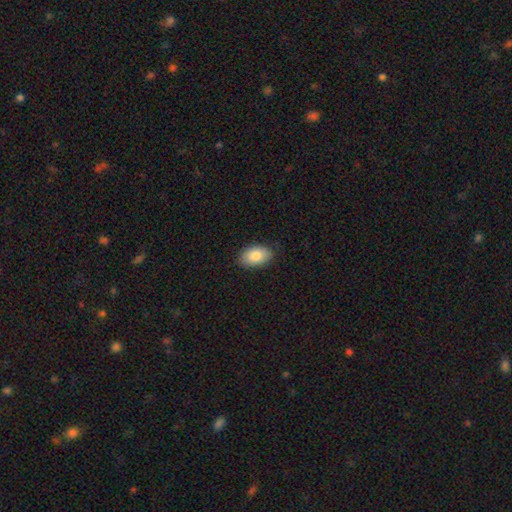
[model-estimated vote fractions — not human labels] This is clearly a smooth galaxy (85%). How rounded: clearly in between (91%). Merging: clearly none (86%).